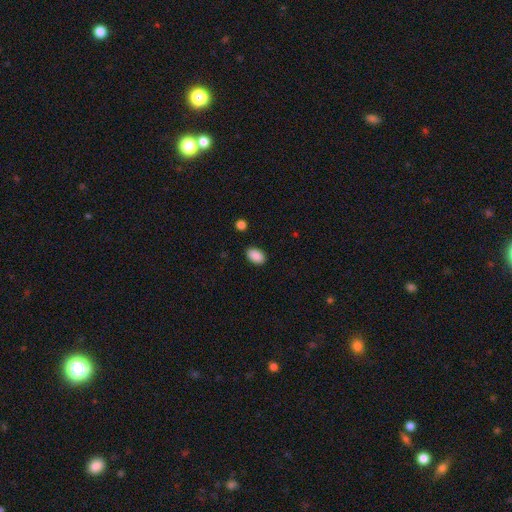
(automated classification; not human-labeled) A smooth galaxy with no disk features (89%) that is in between round and cigar-shaped (89%). Merging: none (87%).